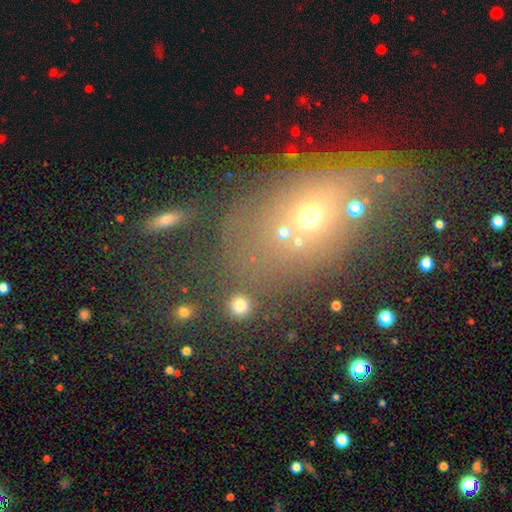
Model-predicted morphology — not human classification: smooth 42%, star or artifact 32%, featured or disk 26%. Down the decision tree: merging — none (45%).